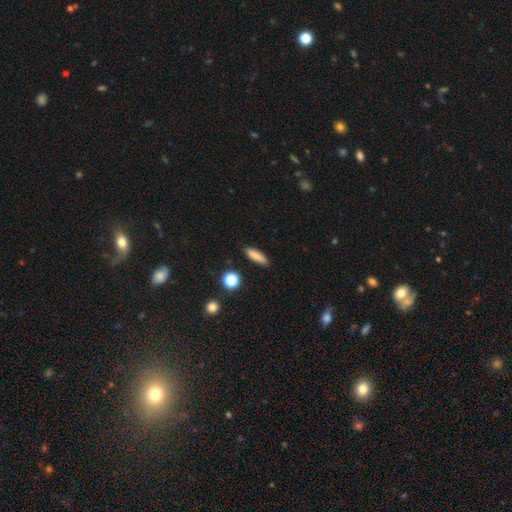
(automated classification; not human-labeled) smooth 83%, star or artifact 9%, featured or disk 8%. Down the decision tree: how rounded — cigar-shaped (62%); merging — none (87%).